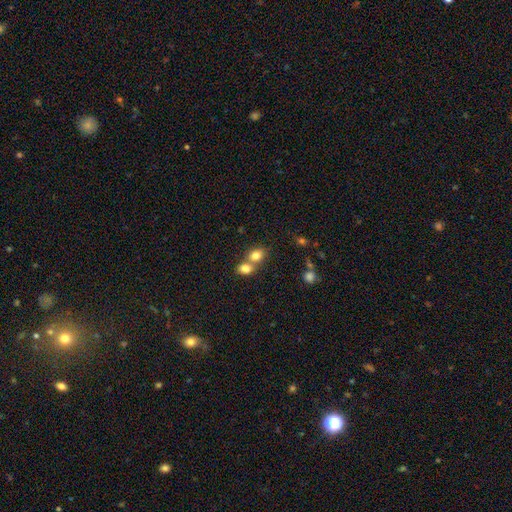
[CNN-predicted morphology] Smooth or featured? smooth (80%)
How rounded? in between (52%)
Merging? merger (58%)